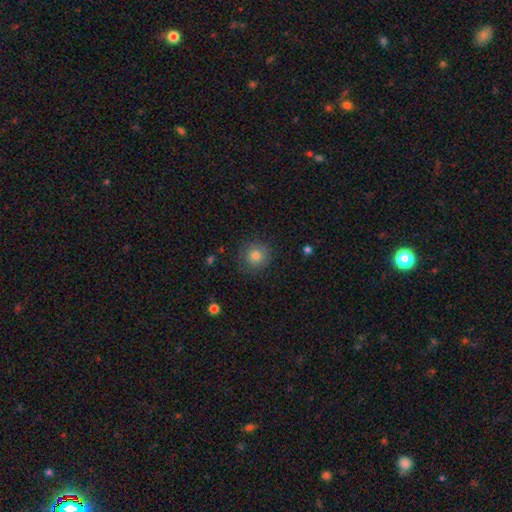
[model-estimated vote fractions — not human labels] Smooth or featured? smooth (79%)
How rounded? round (92%)
Merging? none (83%)